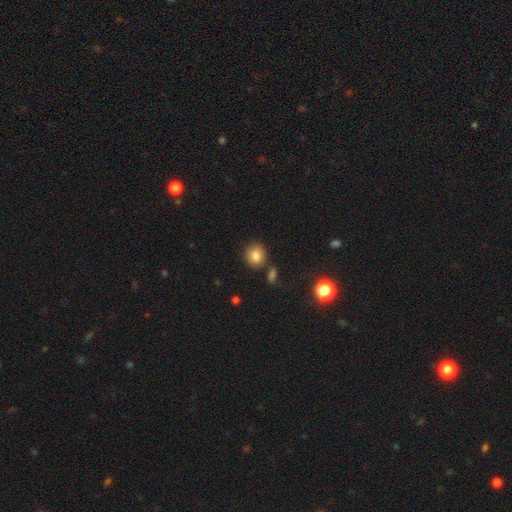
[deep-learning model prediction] Smooth or featured? Predicted: smooth (p=0.82). How rounded? Predicted: round (p=0.82). Merging? Predicted: none (p=0.79).